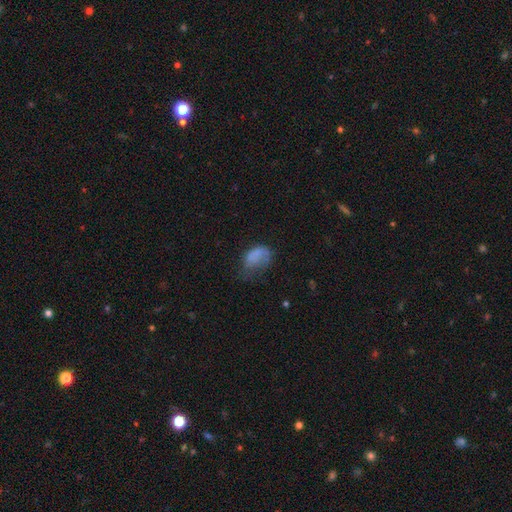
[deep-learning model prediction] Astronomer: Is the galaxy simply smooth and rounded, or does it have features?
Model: smooth — 66%.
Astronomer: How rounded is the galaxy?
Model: in between — 85%.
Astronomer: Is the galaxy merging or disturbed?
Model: major disturbance — 41% (runner-up: minor disturbance, 30%).